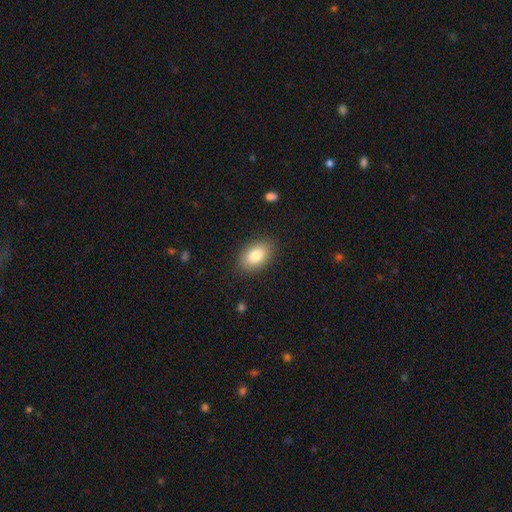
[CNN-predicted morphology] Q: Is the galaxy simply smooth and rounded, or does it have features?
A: smooth — 83%.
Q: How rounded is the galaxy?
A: in between — 88%.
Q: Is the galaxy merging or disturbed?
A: none — 87%.